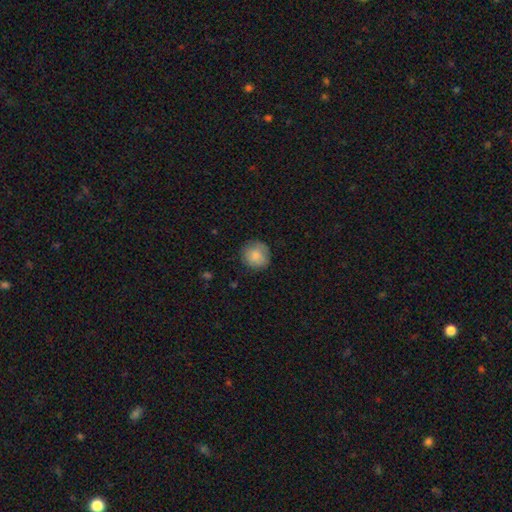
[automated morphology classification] Q: Smooth or featured?
A: smooth (82%); runner-up: featured or disk (11%)
Q: How rounded?
A: round (91%); runner-up: in between (8%)
Q: Merging?
A: none (82%); runner-up: minor disturbance (14%)